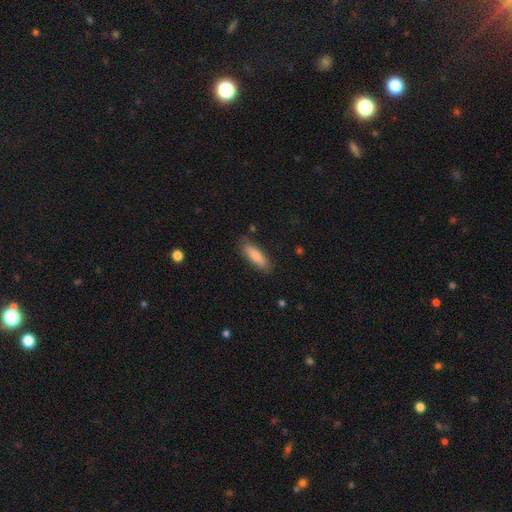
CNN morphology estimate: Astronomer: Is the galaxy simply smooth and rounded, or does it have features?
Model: smooth — 82%.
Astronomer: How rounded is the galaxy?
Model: in between — 51% (runner-up: cigar-shaped, 47%).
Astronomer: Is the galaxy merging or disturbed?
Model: none — 83%.